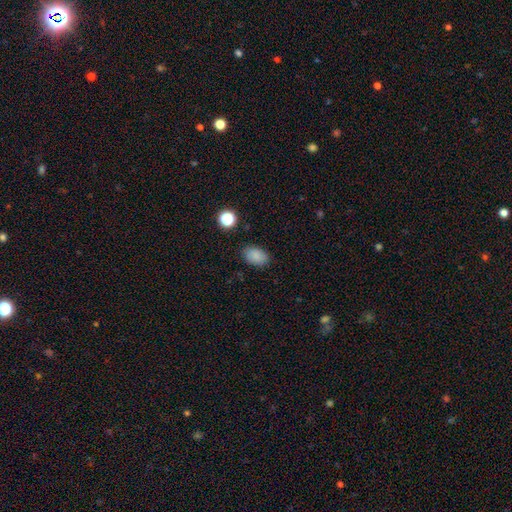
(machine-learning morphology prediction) Smooth or featured: smooth — 86% (star or artifact — 10%)
How rounded: in between — 88% (round — 11%)
Merging: none — 85% (minor disturbance — 10%)